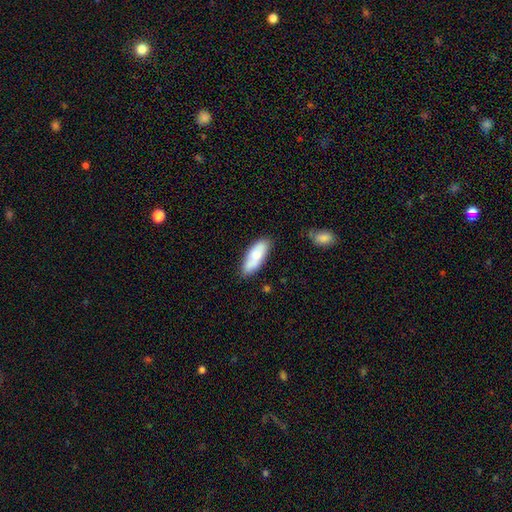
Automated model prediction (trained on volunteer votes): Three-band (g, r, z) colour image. It shows a smooth galaxy with no disk features (77%) that is in between round and cigar-shaped (72%). Merging: none (75%).